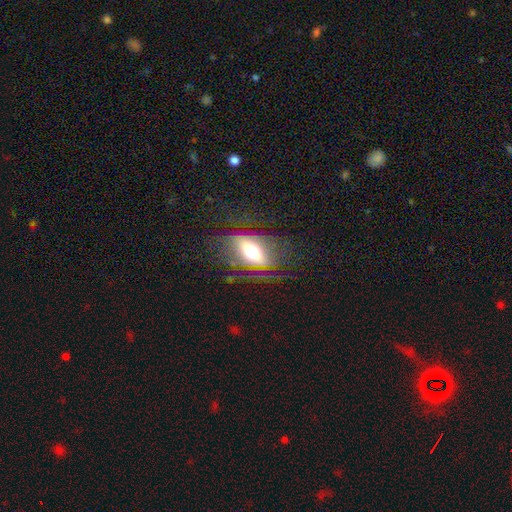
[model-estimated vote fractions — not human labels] This is possibly a featured or disk galaxy (56%). It is likely not viewed edge-on (75%). Merging: possibly none (53%).